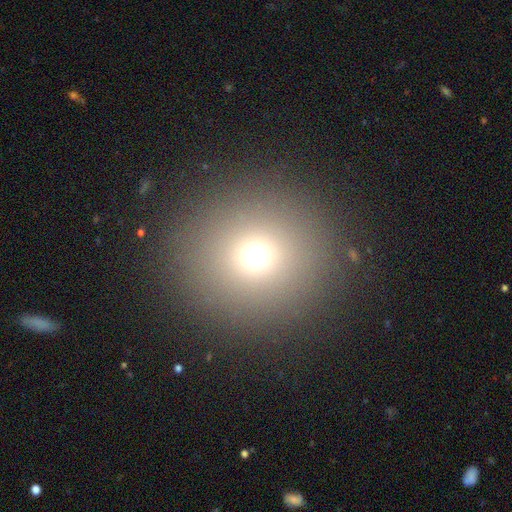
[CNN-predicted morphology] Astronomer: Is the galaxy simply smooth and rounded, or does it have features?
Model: smooth — 69%.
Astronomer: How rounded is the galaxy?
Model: round — 87%.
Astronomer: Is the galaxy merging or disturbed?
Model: none — 88%.